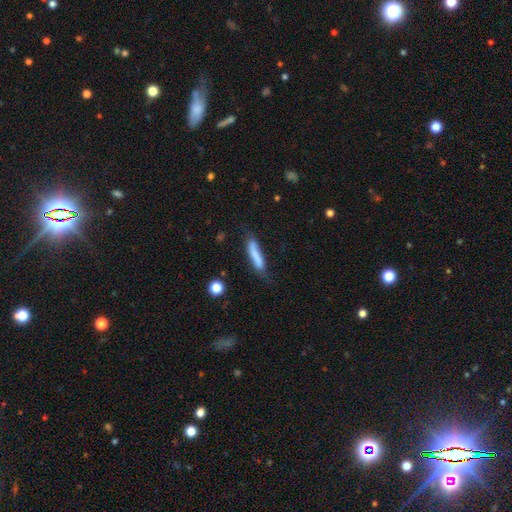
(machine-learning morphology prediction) The model was most divided on "merging": none: 56%, minor disturbance: 29%, major disturbance: 10%, merger: 4%. More confident: how rounded — cigar-shaped (83%); smooth or featured — smooth (75%).